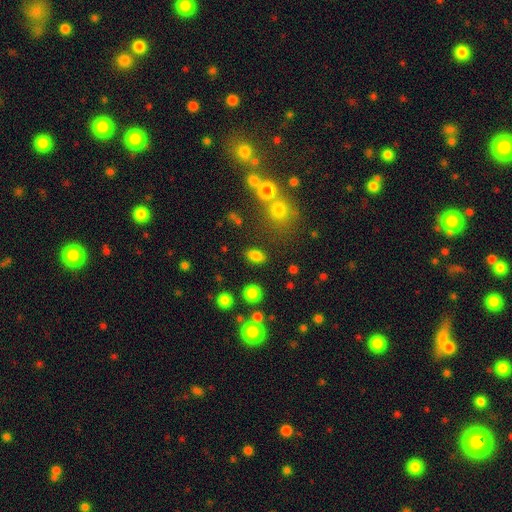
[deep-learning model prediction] This appears to be a smooth galaxy with no disk features (82%) that is in between round and cigar-shaped (85%). Merging: none (83%).